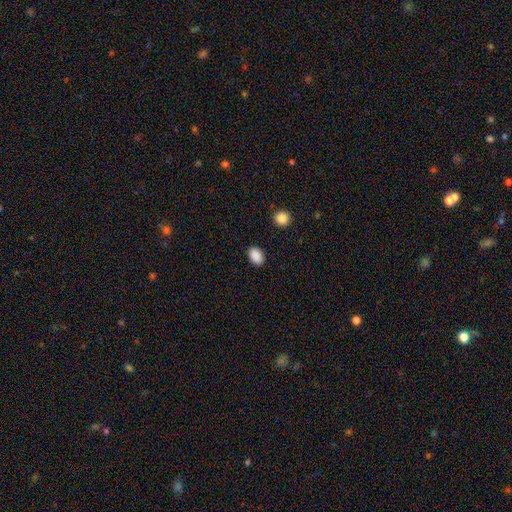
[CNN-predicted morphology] Smooth or featured? Predicted: smooth (p=0.89). How rounded? Predicted: in between (p=0.81). Merging? Predicted: none (p=0.89).